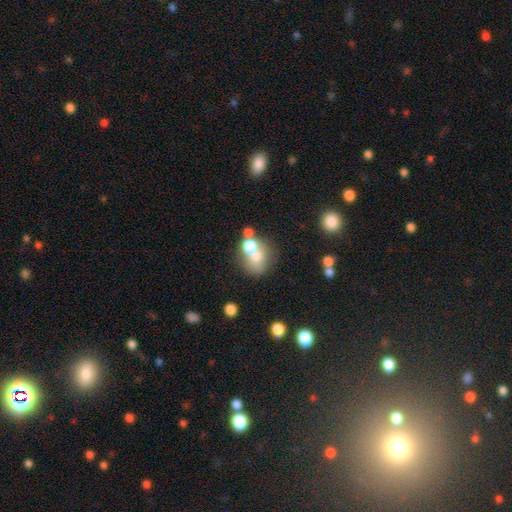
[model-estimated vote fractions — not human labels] Overall: smooth (65%). How rounded: round (66%; in between 33%). Merging: merger (47%; none 35%).